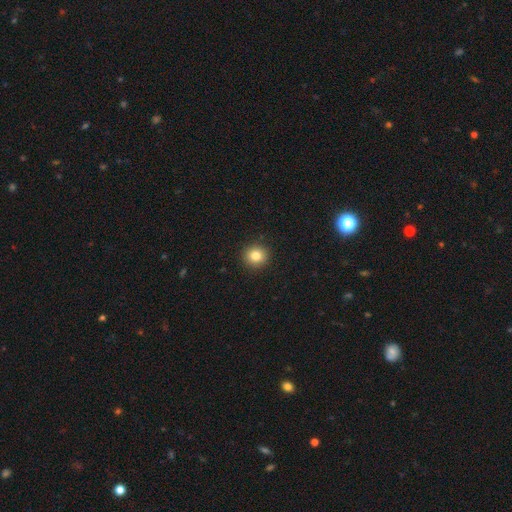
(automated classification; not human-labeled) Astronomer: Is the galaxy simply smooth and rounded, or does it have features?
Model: smooth — 82%.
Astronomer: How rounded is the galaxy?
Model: round — 92%.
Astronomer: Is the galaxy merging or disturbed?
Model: none — 92%.